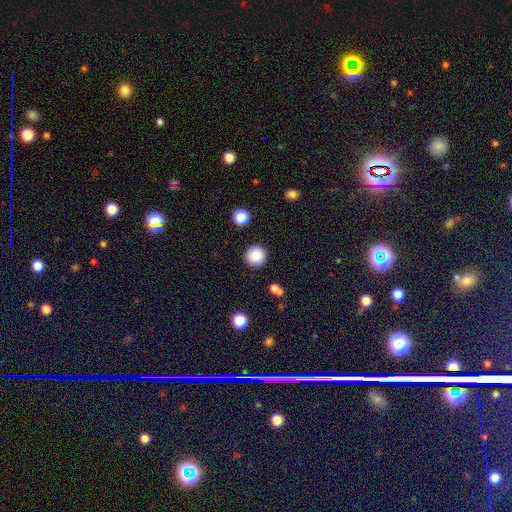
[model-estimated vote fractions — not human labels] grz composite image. It shows a smooth galaxy with no disk features (85%) that is round (96%). Merging: none (90%).